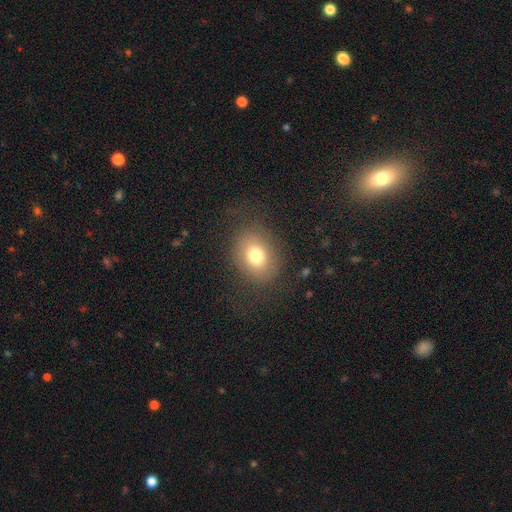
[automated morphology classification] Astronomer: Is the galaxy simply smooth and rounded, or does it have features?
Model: smooth — 74%.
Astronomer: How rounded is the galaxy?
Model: round — 51% (runner-up: in between, 48%).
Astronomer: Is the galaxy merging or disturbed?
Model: none — 77%.